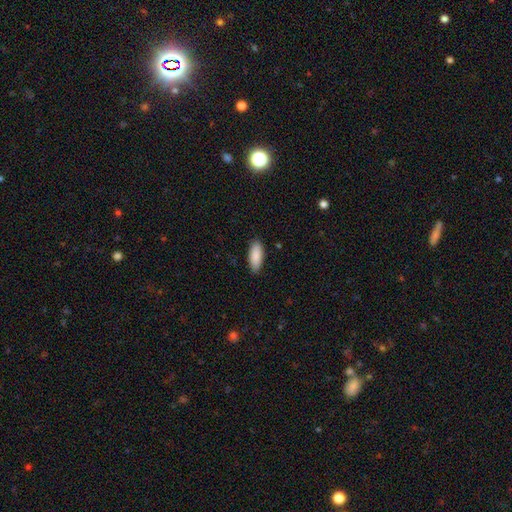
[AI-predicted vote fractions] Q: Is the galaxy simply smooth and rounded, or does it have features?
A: smooth — 89%.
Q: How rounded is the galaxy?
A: in between — 80%.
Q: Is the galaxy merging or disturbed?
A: none — 87%.